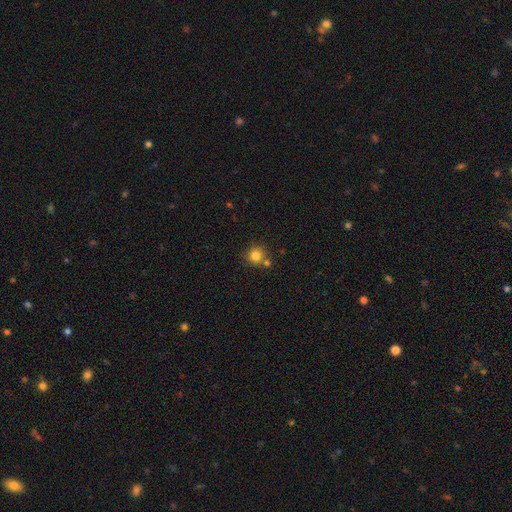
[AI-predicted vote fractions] Smooth or featured? Predicted: smooth (p=0.81). How rounded? Predicted: round (p=0.92). Merging? Predicted: none (p=0.70).